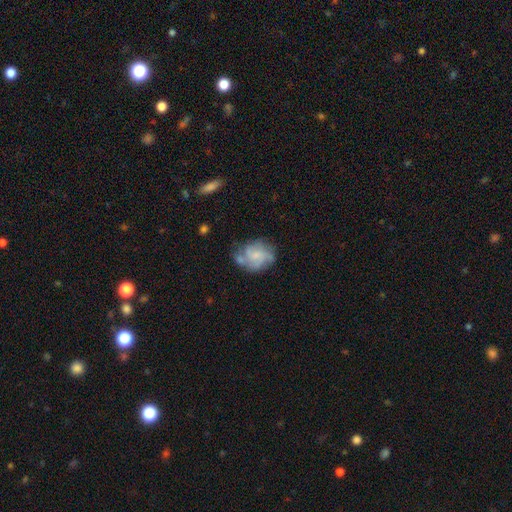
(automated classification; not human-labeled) smooth-or-featured: featured or disk: 64% | smooth: 28% | star or artifact: 8%
  disk-edge-on: no: 98% | yes: 2%
    bar: no: 66% | weak: 30% | strong: 4%
    has-spiral-arms: yes: 84% | no: 16%
      spiral-winding: medium: 44% | tight: 34% | loose: 22%
      spiral-arm-count: 3: 32% | can't tell: 29% | 2: 19% | 4: 11% | 1: 5% | more than 4: 5%
    bulge-size: small: 53% | moderate: 23% | none: 20% | large: 2% | dominant: 1%
  merging: none: 54% | minor disturbance: 24% | major disturbance: 12% | merger: 10%